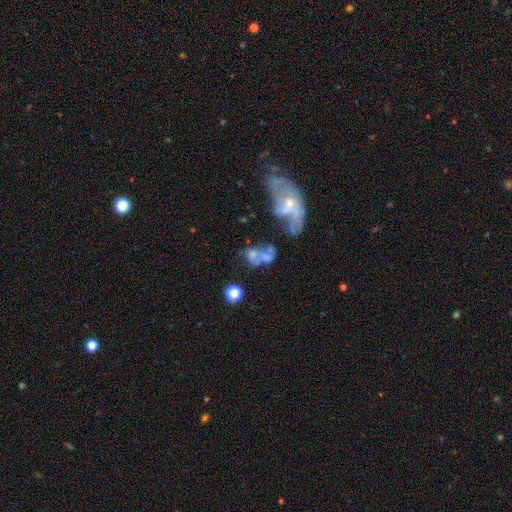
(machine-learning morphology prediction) Smooth or featured?
  - featured or disk: 43% *
  - smooth: 41%
  - star or artifact: 16%
Merging?
  - merger: 57% *
  - major disturbance: 19%
  - none: 16%
  - minor disturbance: 8%